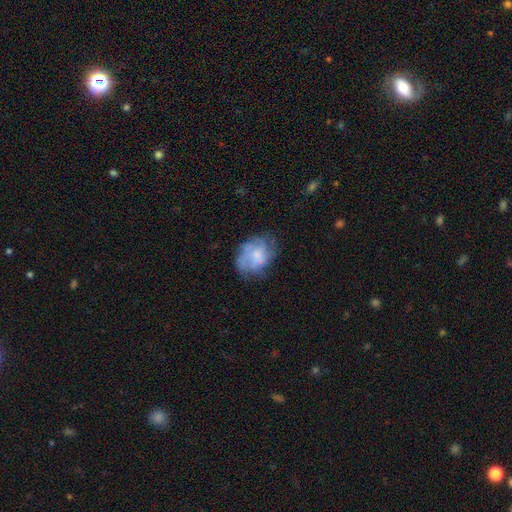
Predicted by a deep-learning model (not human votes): This appears to be a featured or disk galaxy (49%). Merging: none (56%).